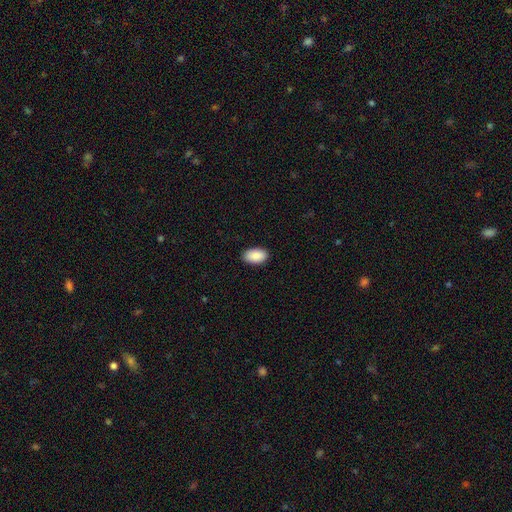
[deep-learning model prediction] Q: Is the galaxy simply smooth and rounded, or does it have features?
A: smooth — 91%.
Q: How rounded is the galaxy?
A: in between — 95%.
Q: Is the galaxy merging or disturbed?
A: none — 90%.